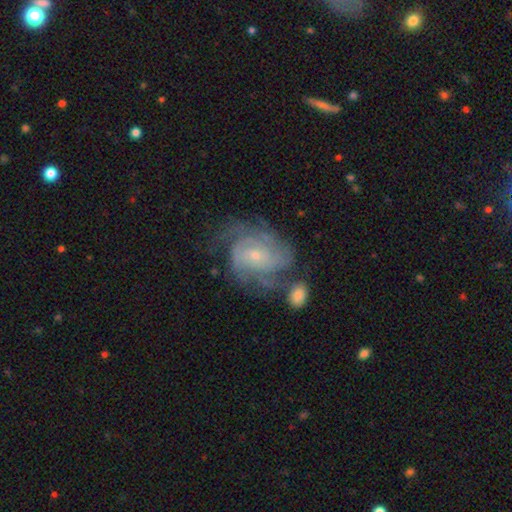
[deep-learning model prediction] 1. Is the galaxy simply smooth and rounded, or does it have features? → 83% featured or disk, 10% smooth, 6% star or artifact.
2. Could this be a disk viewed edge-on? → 97% no, 3% yes.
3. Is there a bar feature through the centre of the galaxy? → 63% no, 31% weak, 6% strong.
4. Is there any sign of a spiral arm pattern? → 94% yes, 6% no.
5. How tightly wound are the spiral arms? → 58% tight, 33% medium, 10% loose.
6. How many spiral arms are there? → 33% can't tell, 22% 3, 18% 2, 16% 4, 6% more than 4, 5% 1.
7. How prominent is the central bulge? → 75% small, 20% moderate, 2% none, 1% large, 1% dominant.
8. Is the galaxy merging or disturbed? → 49% none, 21% minor disturbance, 18% major disturbance, 12% merger.